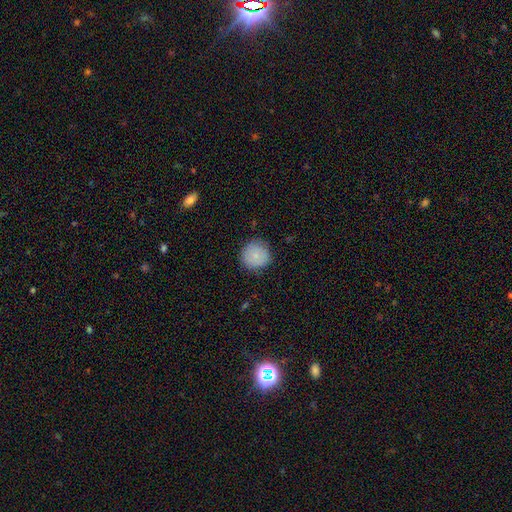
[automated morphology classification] Smooth or featured? smooth (79%)
How rounded? round (92%)
Merging? none (82%)